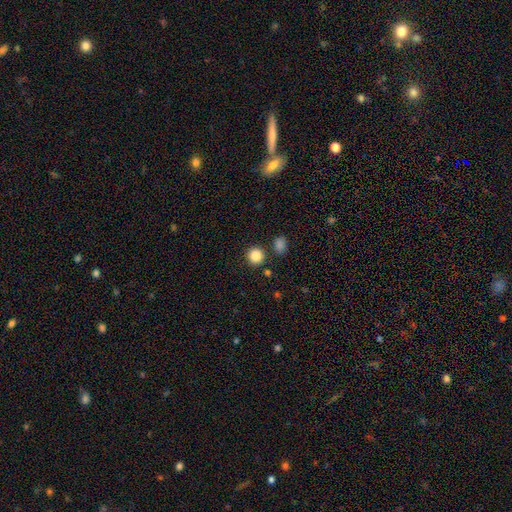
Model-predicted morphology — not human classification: Overall: smooth (86%). How rounded: round (92%). Merging: none (85%).